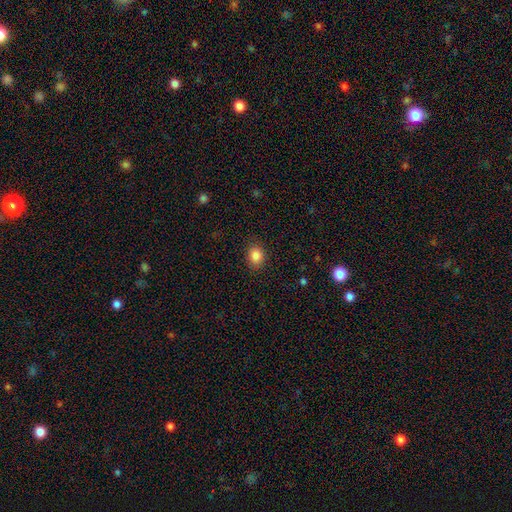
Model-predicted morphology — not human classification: Q: Smooth or featured?
A: smooth (85%); runner-up: star or artifact (10%)
Q: How rounded?
A: round (54%); runner-up: in between (45%)
Q: Merging?
A: none (88%); runner-up: minor disturbance (8%)